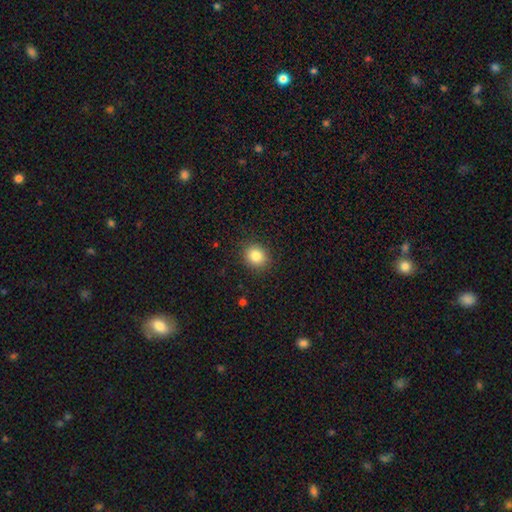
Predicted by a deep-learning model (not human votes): smooth 84%, star or artifact 10%, featured or disk 6%. Down the decision tree: how rounded — round (75%); merging — none (89%).